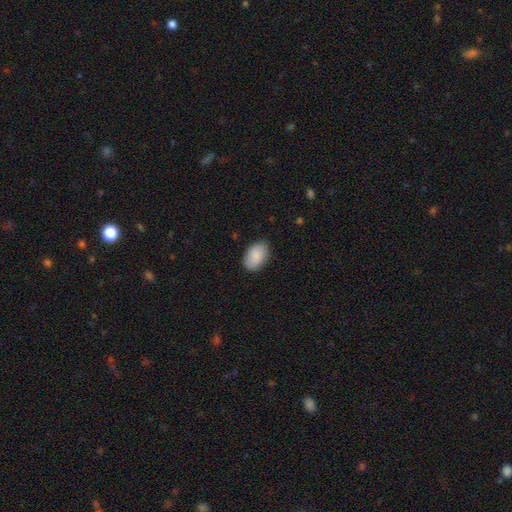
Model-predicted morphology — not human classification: A smooth galaxy with no disk features (88%) that is in between round and cigar-shaped (89%).

Vote fractions:
- Smooth or featured? smooth: 88% / star or artifact: 6% / featured or disk: 5%
- How rounded? in between: 89% / round: 10% / cigar-shaped: 1%
- Merging? none: 83% / minor disturbance: 13% / major disturbance: 3% / merger: 1%